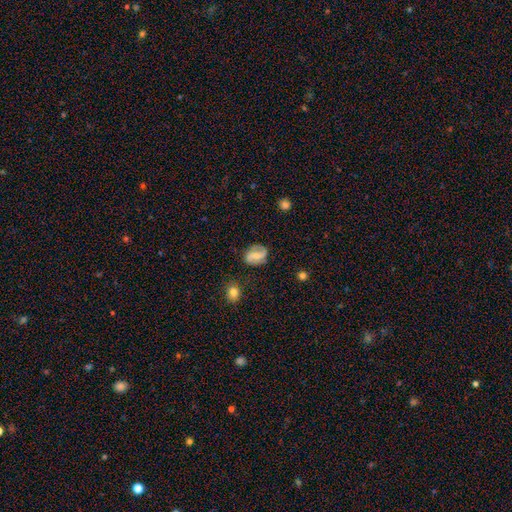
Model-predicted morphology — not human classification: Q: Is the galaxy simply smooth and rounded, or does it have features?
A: featured or disk — 55%.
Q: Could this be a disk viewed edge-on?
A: no — 97%.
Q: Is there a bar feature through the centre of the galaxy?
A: weak — 44%.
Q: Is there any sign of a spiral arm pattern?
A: yes — 80%.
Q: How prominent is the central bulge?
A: small — 49%.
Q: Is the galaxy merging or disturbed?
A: none — 77%.